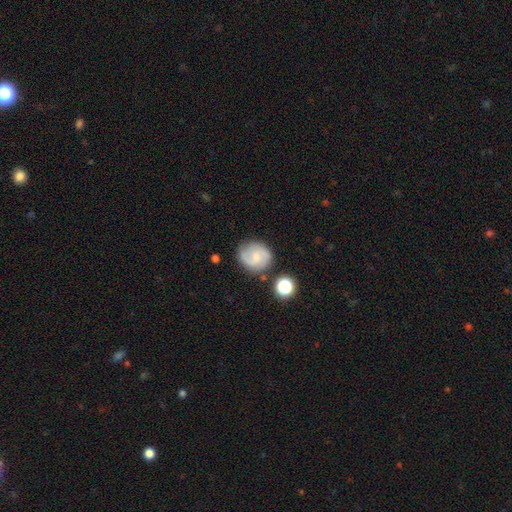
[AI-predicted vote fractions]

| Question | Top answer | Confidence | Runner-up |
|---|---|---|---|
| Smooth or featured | featured or disk | 59% | smooth (33%) |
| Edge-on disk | no | 98% | yes (2%) |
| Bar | no | 55% | weak (40%) |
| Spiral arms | yes | 92% | no (8%) |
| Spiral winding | medium | 49% | tight (31%) |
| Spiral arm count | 2 | 79% | can't tell (10%) |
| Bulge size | small | 53% | moderate (25%) |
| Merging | none | 75% | minor disturbance (15%) |